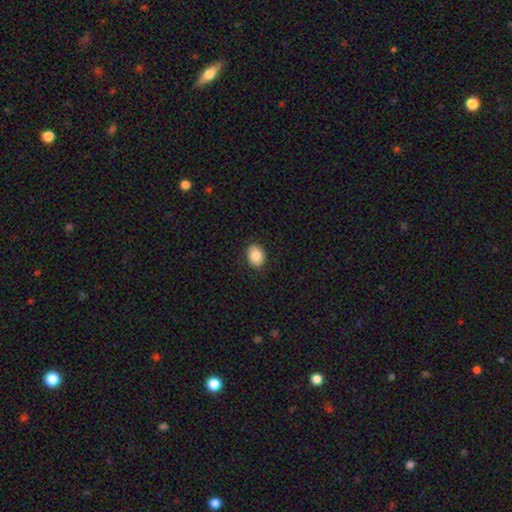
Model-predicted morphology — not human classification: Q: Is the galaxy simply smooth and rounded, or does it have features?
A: smooth — 84%.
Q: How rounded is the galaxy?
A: in between — 59%.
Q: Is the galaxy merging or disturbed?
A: none — 89%.